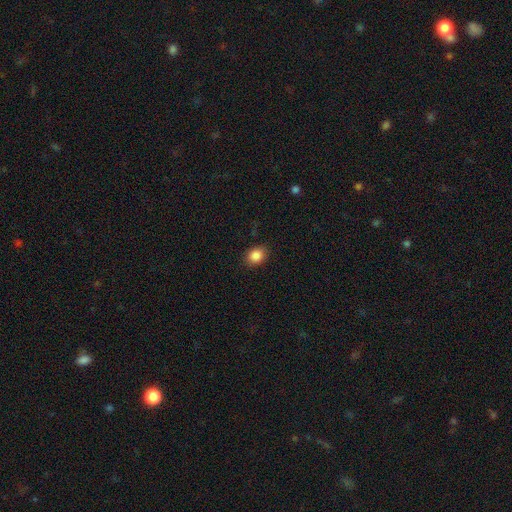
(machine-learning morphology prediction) Smooth or featured?
  - smooth: 87% *
  - star or artifact: 9%
  - featured or disk: 4%
How rounded?
  - in between: 55% *
  - round: 44%
  - cigar-shaped: 1%
Merging?
  - none: 87% *
  - minor disturbance: 10%
  - major disturbance: 3%
  - merger: 1%